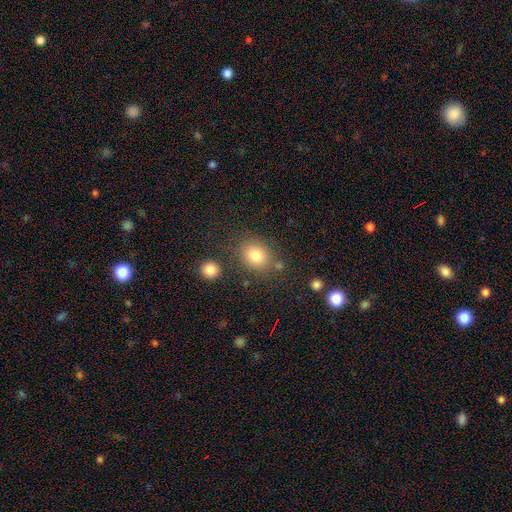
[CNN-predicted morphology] Smooth or featured?
  - smooth: 80% *
  - star or artifact: 12%
  - featured or disk: 8%
How rounded?
  - round: 63% *
  - in between: 36%
  - cigar-shaped: 1%
Merging?
  - none: 76% *
  - minor disturbance: 12%
  - merger: 7%
  - major disturbance: 5%